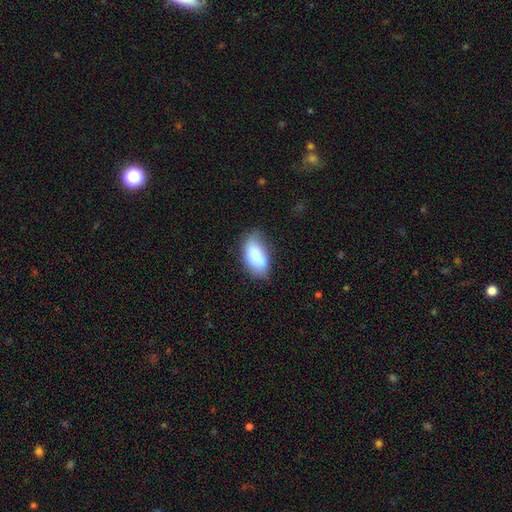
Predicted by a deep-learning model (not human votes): The model was most divided on "merging": none: 60%, minor disturbance: 28%, major disturbance: 7%, merger: 5%. More confident: how rounded — in between (93%); smooth or featured — smooth (78%).